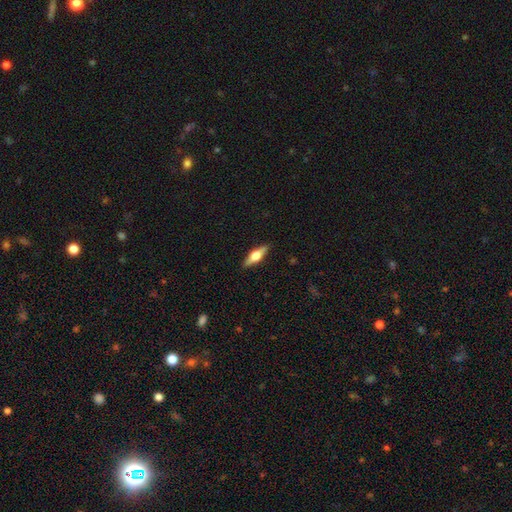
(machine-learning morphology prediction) Smooth or featured? Predicted: featured or disk (p=0.56). Edge-on disk? Predicted: yes (p=0.95). Edge-on bulge? Predicted: rounded (p=0.94). Merging? Predicted: none (p=0.90).